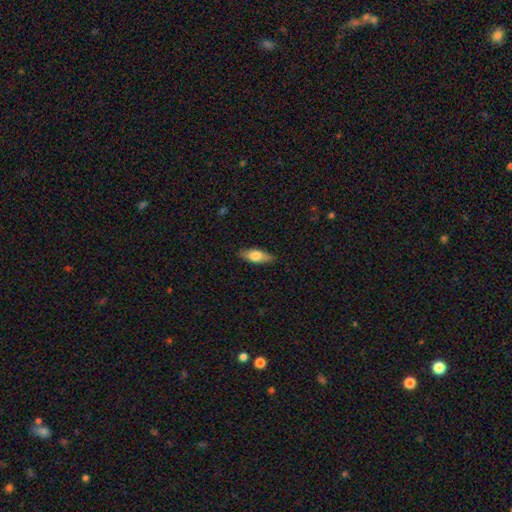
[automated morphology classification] A smooth galaxy with no disk features (72%) that is in between round and cigar-shaped (72%).

Vote fractions:
- Smooth or featured? smooth: 72% / featured or disk: 22% / star or artifact: 6%
- How rounded? in between: 72% / cigar-shaped: 25% / round: 3%
- Merging? none: 86% / minor disturbance: 11% / major disturbance: 2% / merger: 1%